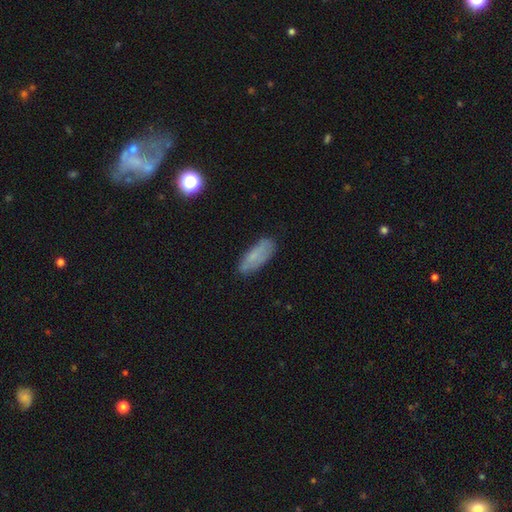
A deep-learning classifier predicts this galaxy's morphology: smooth-or-featured: smooth: 71% | featured or disk: 20% | star or artifact: 9%
  how-rounded: in between: 69% | cigar-shaped: 28% | round: 2%
  merging: none: 74% | minor disturbance: 19% | major disturbance: 5% | merger: 2%